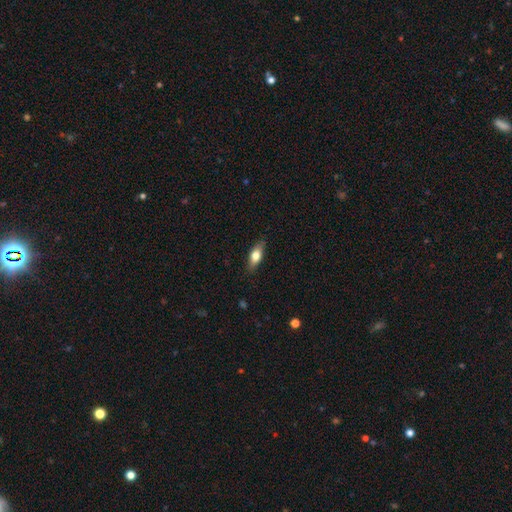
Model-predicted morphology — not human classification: A smooth galaxy with no disk features (67%) that is in between round and cigar-shaped (69%). Merging: none (85%).